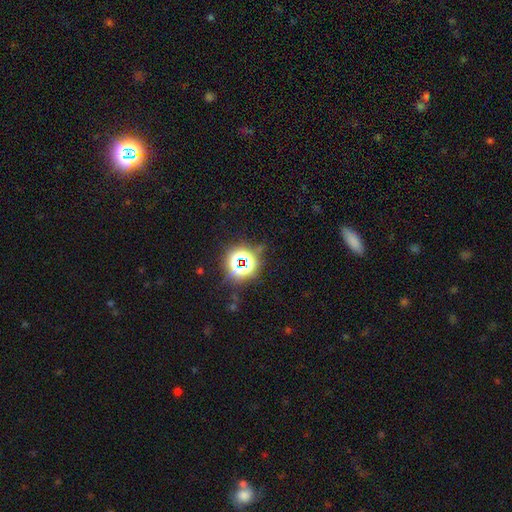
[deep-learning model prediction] This is likely a star or artifact rather than a galaxy (74%).